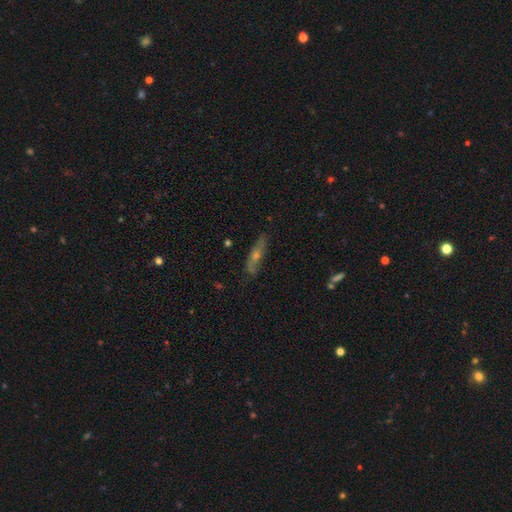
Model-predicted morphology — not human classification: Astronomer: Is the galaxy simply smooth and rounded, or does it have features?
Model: featured or disk — 57%.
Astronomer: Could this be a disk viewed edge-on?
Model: yes — 53% (runner-up: no, 47%).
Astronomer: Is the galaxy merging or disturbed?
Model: none — 77%.